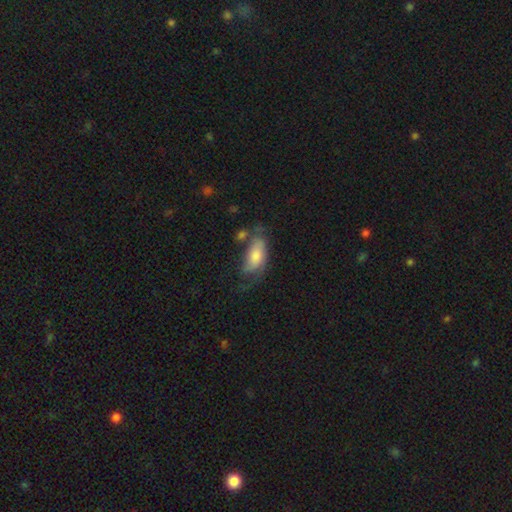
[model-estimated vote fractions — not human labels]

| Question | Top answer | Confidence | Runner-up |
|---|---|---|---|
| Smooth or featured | smooth | 61% | featured or disk (33%) |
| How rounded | in between | 84% | cigar-shaped (13%) |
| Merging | none | 40% | minor disturbance (29%) |